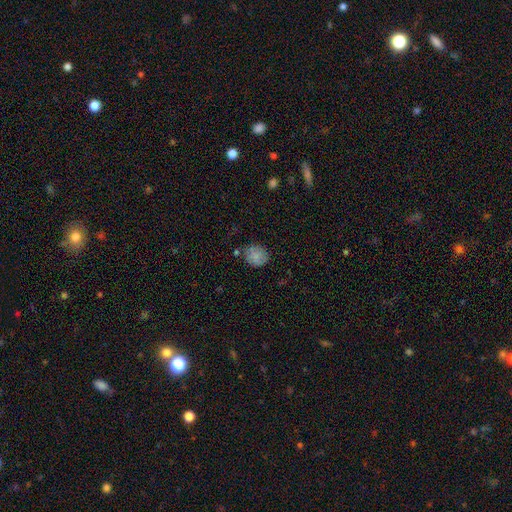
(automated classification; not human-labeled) The model was most divided on "how rounded": round: 70%, in between: 29%, cigar-shaped: 1%. More confident: smooth or featured — smooth (80%); merging — none (71%).